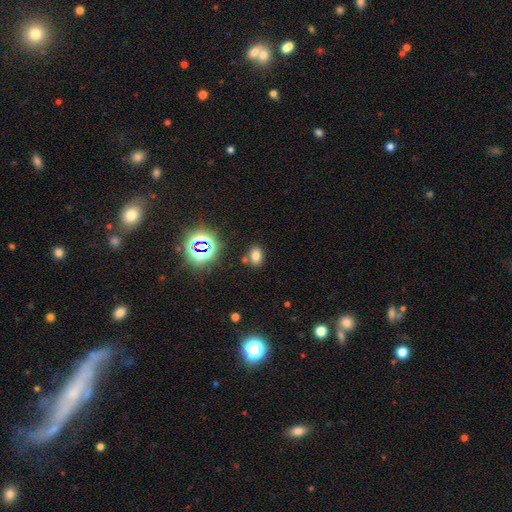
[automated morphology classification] Overall: smooth (70%). How rounded: in between (77%). Merging: none (75%).